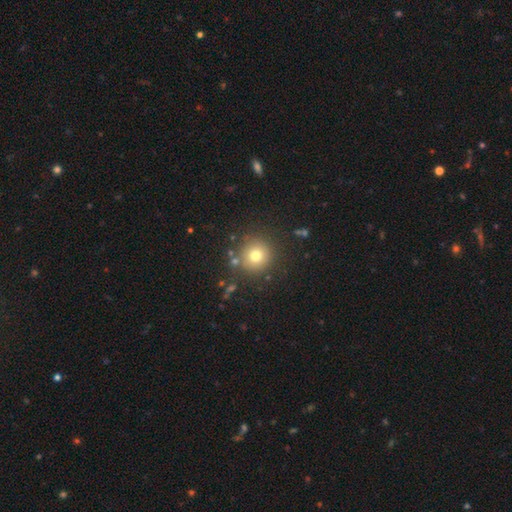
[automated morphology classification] type=smooth (75%); roundness=round (94%); merging=none (85%).